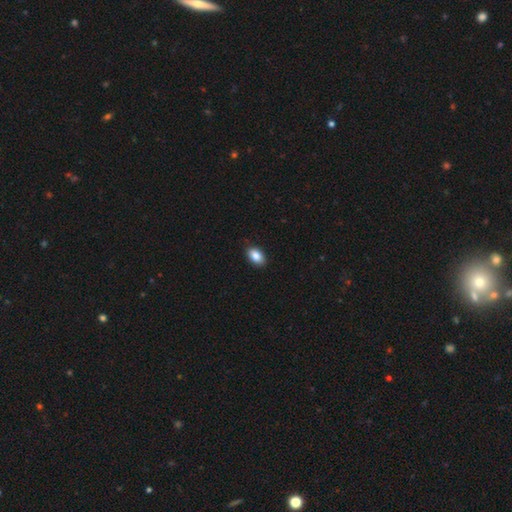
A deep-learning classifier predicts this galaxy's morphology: This appears to be a smooth galaxy with no disk features (87%) that is in between round and cigar-shaped (91%). Merging: none (88%).